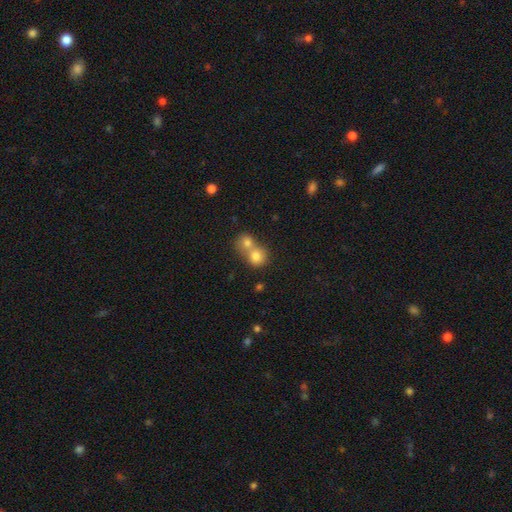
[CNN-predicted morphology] A smooth galaxy with no disk features (77%) that is round (78%). Merging: merger (64%).